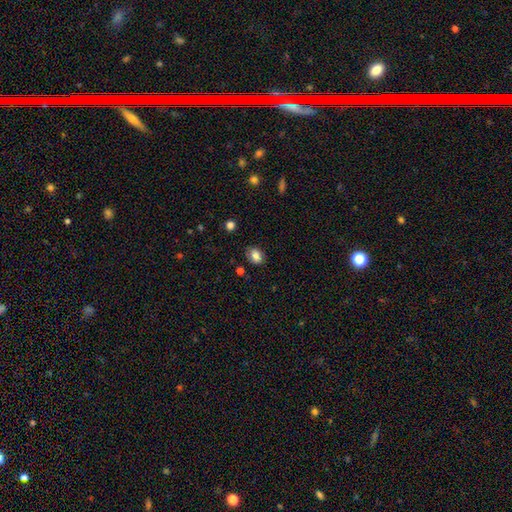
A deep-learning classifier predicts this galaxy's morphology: smooth 83%, star or artifact 9%, featured or disk 8%. Down the decision tree: how rounded — in between (74%); merging — none (80%).